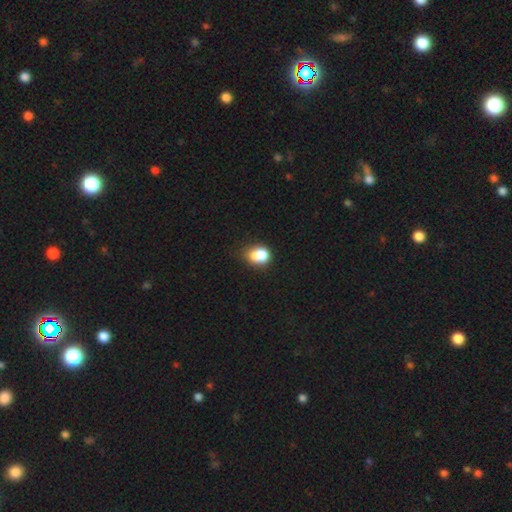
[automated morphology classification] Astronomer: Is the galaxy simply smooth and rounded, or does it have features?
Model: smooth — 75%.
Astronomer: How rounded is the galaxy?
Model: round — 50% (runner-up: in between, 49%).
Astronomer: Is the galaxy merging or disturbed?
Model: none — 39% (runner-up: merger, 30%).